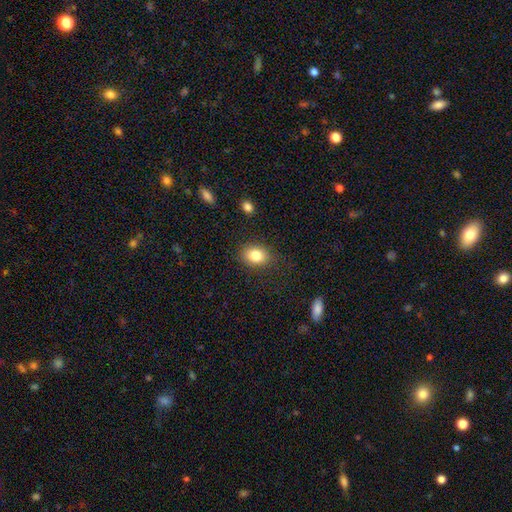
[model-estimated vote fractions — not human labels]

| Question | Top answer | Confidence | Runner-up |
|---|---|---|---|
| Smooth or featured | smooth | 83% | star or artifact (9%) |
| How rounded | in between | 69% | round (30%) |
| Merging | none | 83% | minor disturbance (12%) |